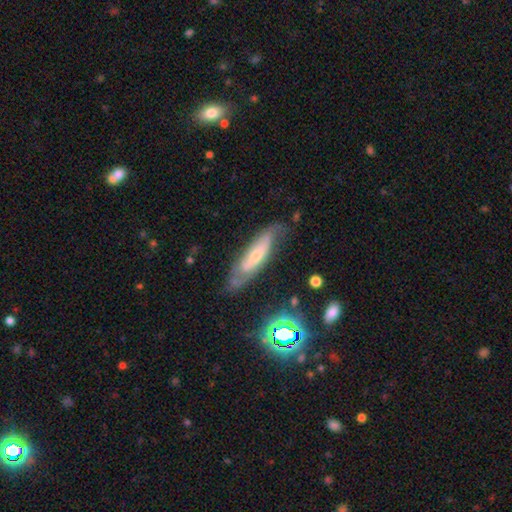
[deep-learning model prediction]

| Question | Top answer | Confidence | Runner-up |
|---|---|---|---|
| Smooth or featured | featured or disk | 57% | smooth (33%) |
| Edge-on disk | no | 59% | yes (41%) |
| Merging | none | 64% | minor disturbance (24%) |